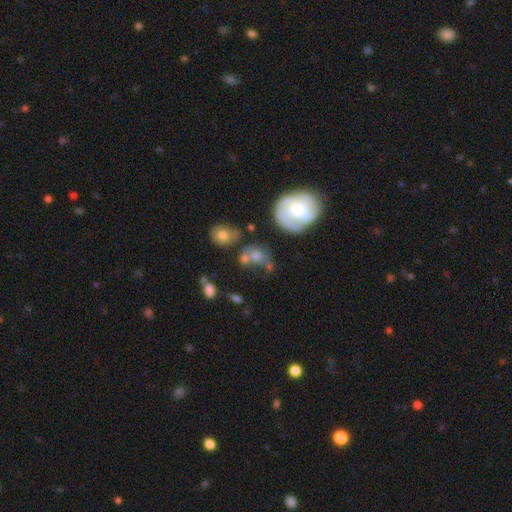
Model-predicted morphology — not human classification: smooth-or-featured: smooth: 53% | featured or disk: 35% | star or artifact: 12%
  how-rounded: in between: 52% | round: 45% | cigar-shaped: 2%
  merging: none: 37% | merger: 22% | major disturbance: 21% | minor disturbance: 20%